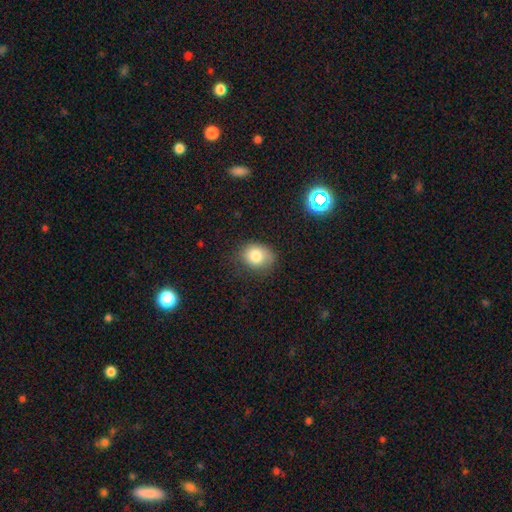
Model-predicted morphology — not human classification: This is clearly a smooth galaxy (81%). How rounded: possibly round (57%). Merging: likely none (70%).